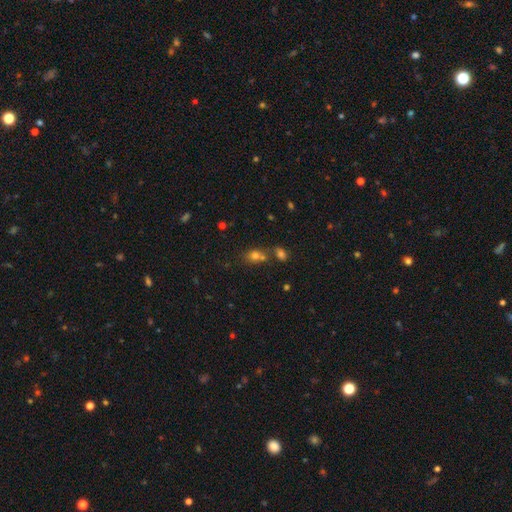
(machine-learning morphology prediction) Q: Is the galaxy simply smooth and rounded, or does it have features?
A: smooth — 65%.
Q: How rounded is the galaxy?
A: round — 55%.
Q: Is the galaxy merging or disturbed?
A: none — 51%.